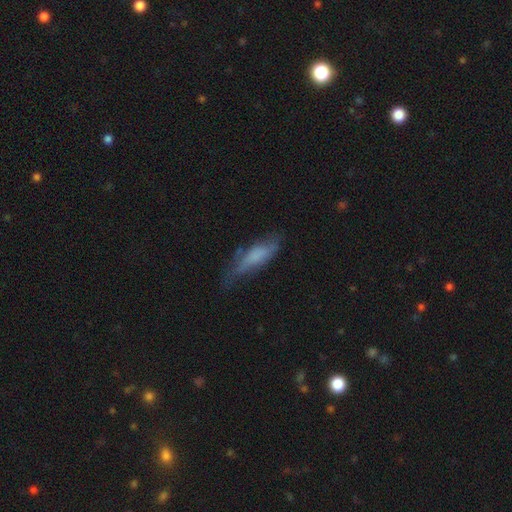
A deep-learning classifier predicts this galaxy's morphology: Smooth or featured: smooth — 62% (featured or disk — 29%)
How rounded: cigar-shaped — 54% (in between — 44%)
Merging: none — 48% (minor disturbance — 33%)